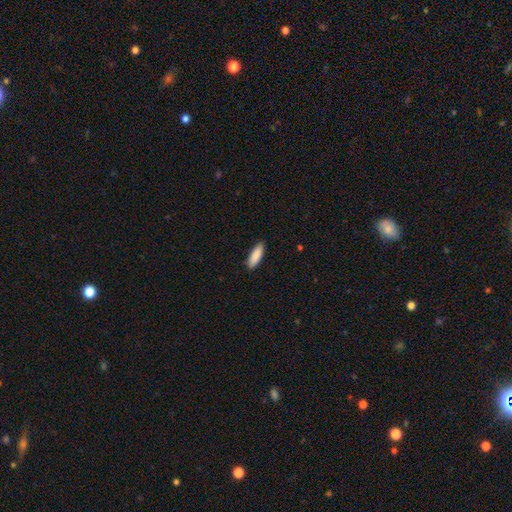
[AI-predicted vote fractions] Smooth or featured: smooth — 90% (star or artifact — 5%)
How rounded: in between — 54% (cigar-shaped — 44%)
Merging: none — 89% (minor disturbance — 8%)